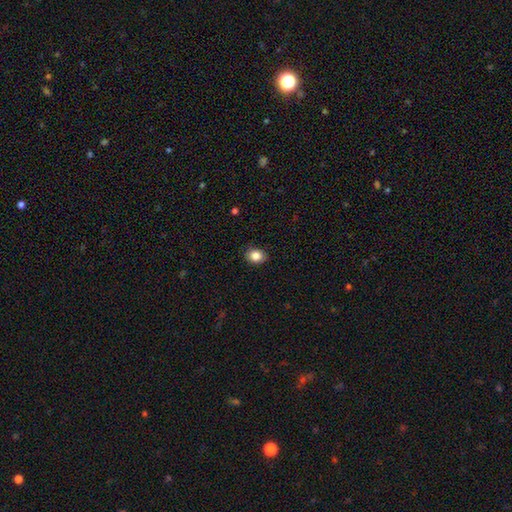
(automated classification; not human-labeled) Morphology: type=smooth (85%); roundness=round (52%); merging=none (87%).